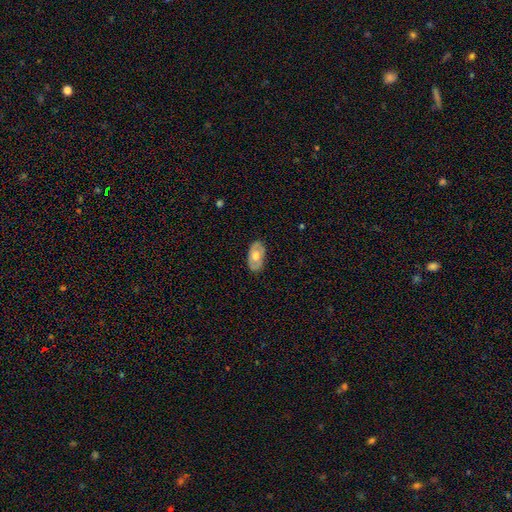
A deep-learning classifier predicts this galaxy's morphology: A smooth galaxy with no disk features (52%) that is in between round and cigar-shaped (92%).

Vote fractions:
- Smooth or featured? smooth: 52% / featured or disk: 43% / star or artifact: 6%
- How rounded? in between: 92% / round: 6% / cigar-shaped: 2%
- Merging? none: 83% / minor disturbance: 13% / major disturbance: 3% / merger: 1%